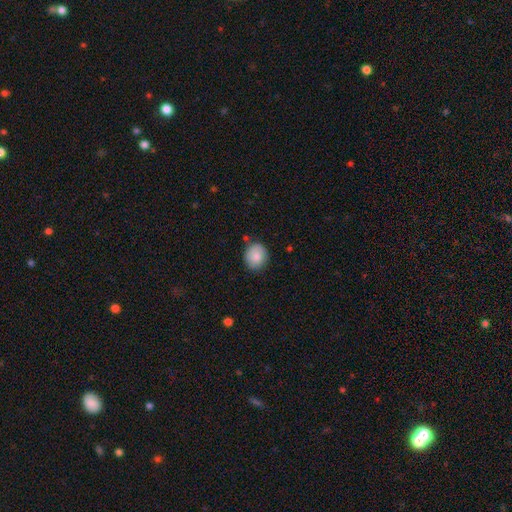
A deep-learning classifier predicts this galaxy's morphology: smooth-or-featured: smooth: 83% | featured or disk: 9% | star or artifact: 7%
  how-rounded: round: 76% | in between: 23% | cigar-shaped: 1%
  merging: none: 79% | minor disturbance: 16% | major disturbance: 3% | merger: 3%